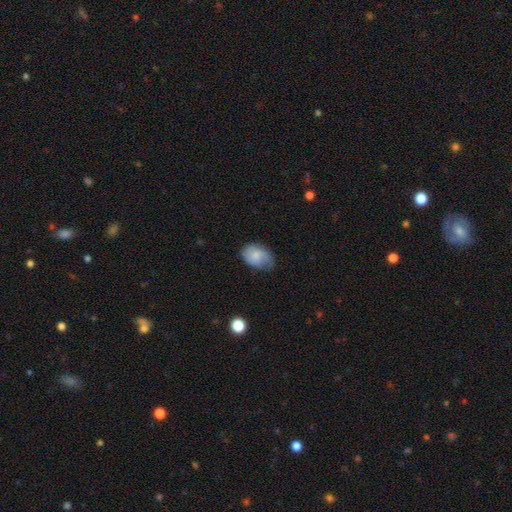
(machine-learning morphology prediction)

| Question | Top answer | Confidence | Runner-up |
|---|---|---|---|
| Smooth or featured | smooth | 68% | featured or disk (25%) |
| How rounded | in between | 78% | round (21%) |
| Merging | none | 54% | minor disturbance (34%) |